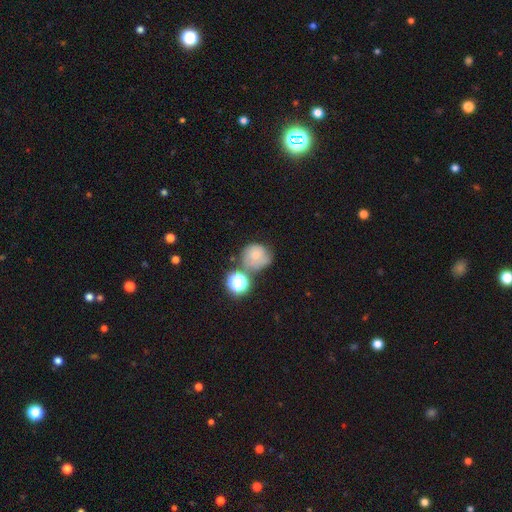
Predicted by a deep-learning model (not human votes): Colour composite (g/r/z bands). It shows a smooth galaxy with no disk features (54%) that is round (83%). Merging: none (46%).